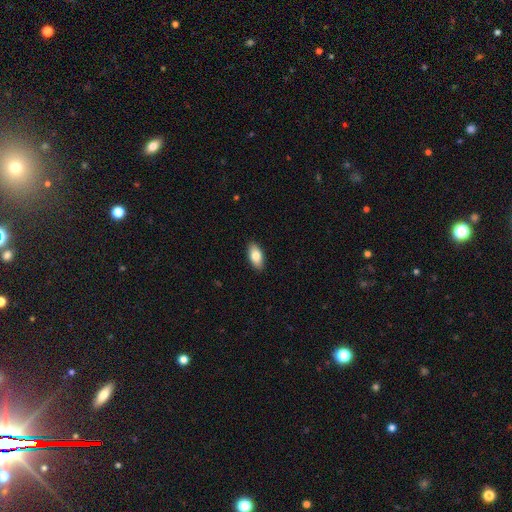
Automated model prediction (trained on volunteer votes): Q: Smooth or featured?
A: smooth (82%); runner-up: featured or disk (12%)
Q: How rounded?
A: in between (90%); runner-up: cigar-shaped (7%)
Q: Merging?
A: none (90%); runner-up: minor disturbance (8%)